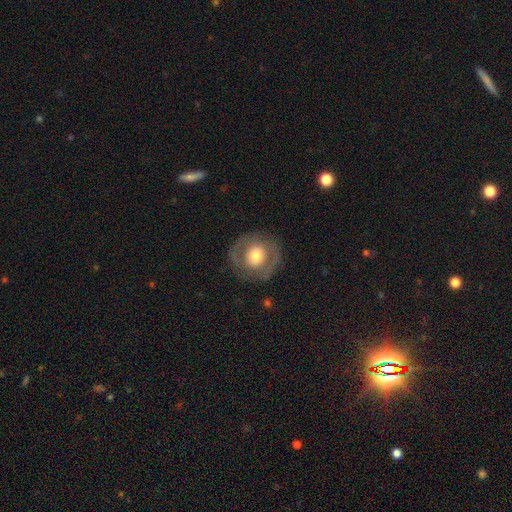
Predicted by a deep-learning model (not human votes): A featured or disk galaxy (50%).

Vote fractions:
- Smooth or featured? featured or disk: 50% / smooth: 43% / star or artifact: 7%
- Edge-on disk? no: 96% / yes: 4%
- Merging? none: 80% / minor disturbance: 11% / major disturbance: 7% / merger: 1%